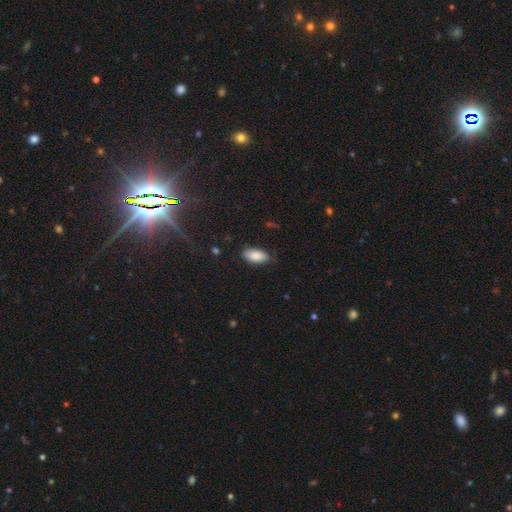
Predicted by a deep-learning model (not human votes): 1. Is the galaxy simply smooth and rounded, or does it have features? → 87% smooth, 7% star or artifact, 6% featured or disk.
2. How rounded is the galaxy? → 93% in between, 5% cigar-shaped, 2% round.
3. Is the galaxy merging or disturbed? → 80% none, 16% minor disturbance, 3% major disturbance, 1% merger.